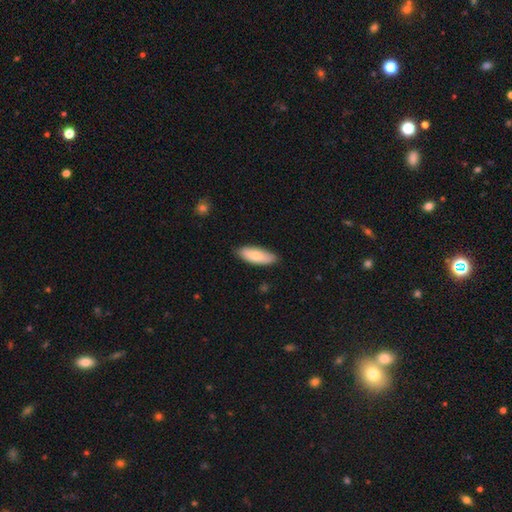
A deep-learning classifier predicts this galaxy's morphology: type=smooth (79%); roundness=in between (70%); merging=none (85%).